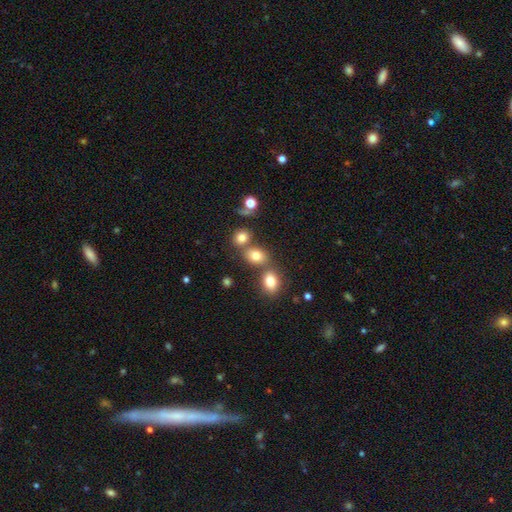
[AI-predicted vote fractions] Smooth or featured: smooth — 77% (star or artifact — 14%)
How rounded: in between — 50% (round — 48%)
Merging: none — 55% (merger — 30%)